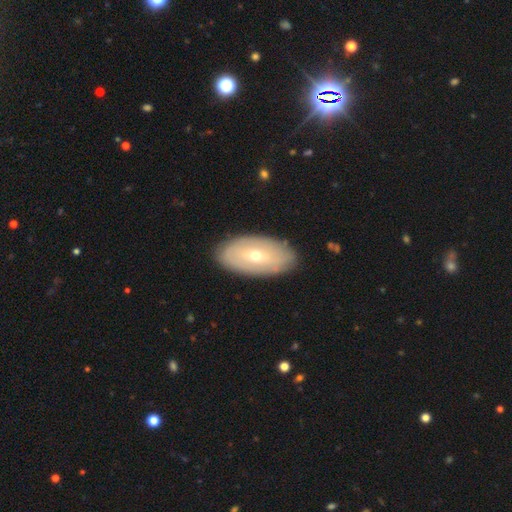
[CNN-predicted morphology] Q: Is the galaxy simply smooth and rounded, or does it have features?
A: featured or disk — 50%.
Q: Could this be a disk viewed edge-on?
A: no — 85%.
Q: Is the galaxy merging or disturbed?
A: none — 86%.